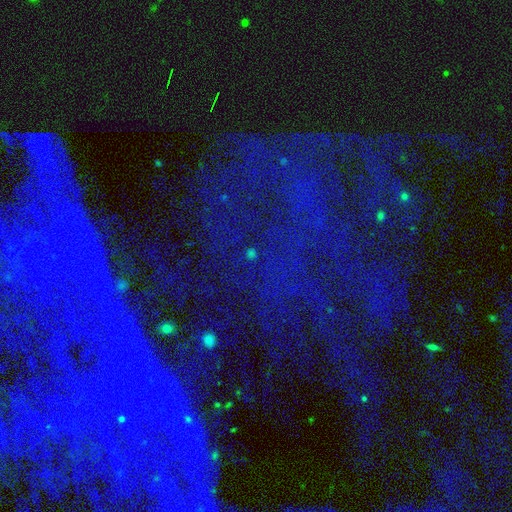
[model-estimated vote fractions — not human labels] Smooth or featured? star or artifact (72%)